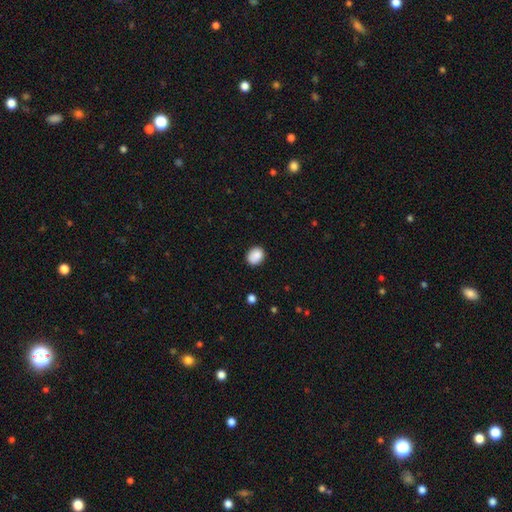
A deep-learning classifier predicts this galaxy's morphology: Smooth or featured?
  - smooth: 88% *
  - star or artifact: 8%
  - featured or disk: 4%
How rounded?
  - round: 55% *
  - in between: 44%
  - cigar-shaped: 1%
Merging?
  - none: 84% *
  - minor disturbance: 12%
  - major disturbance: 2%
  - merger: 1%